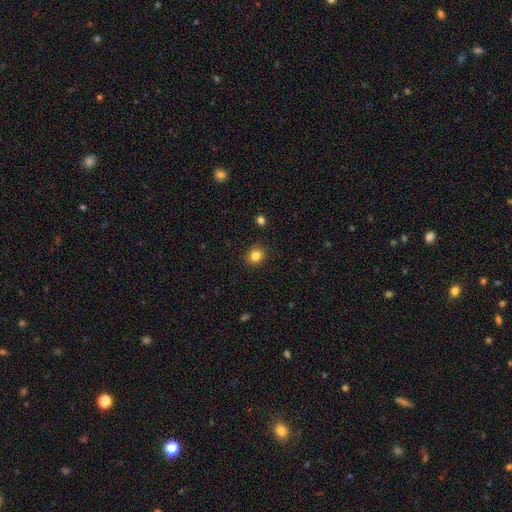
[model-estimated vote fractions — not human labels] smooth 83%, star or artifact 11%, featured or disk 5%. Down the decision tree: how rounded — round (74%); merging — none (90%).